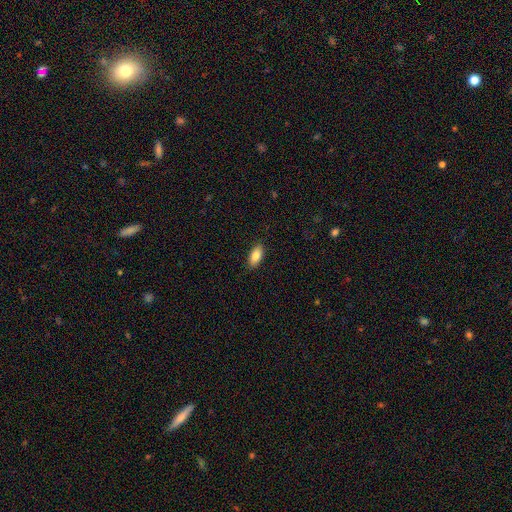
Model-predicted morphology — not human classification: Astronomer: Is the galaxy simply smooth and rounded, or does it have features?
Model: smooth — 84%.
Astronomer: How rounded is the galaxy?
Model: in between — 89%.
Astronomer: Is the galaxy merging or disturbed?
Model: none — 88%.